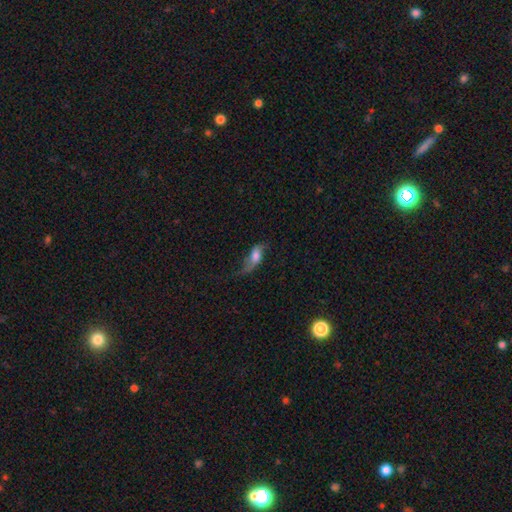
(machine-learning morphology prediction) Smooth or featured? Predicted: smooth (p=0.52). How rounded? Predicted: in between (p=0.77). Merging? Predicted: none (p=0.41).